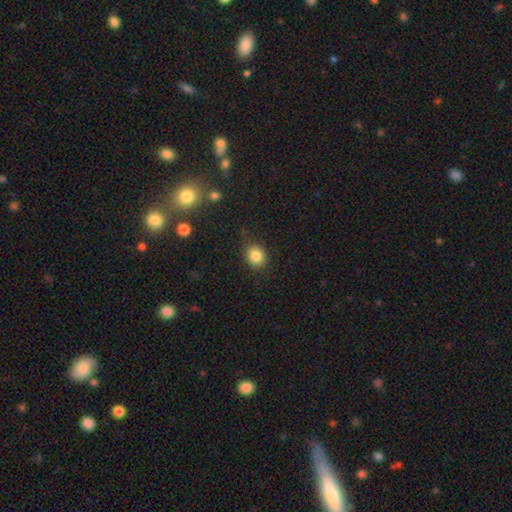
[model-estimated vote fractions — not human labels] Overall: smooth (84%). How rounded: round (66%; in between 34%). Merging: none (84%).